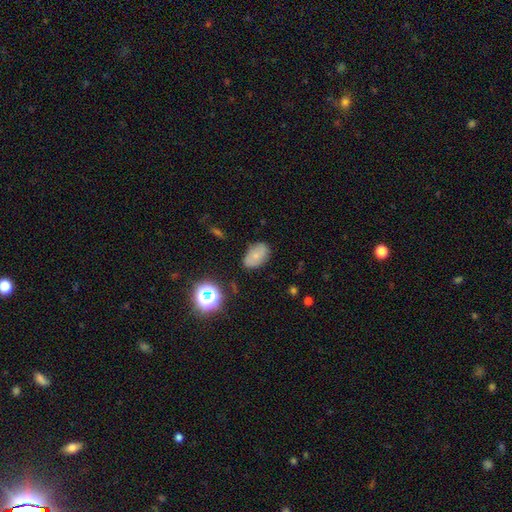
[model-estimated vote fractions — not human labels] Smooth or featured? smooth (68%)
How rounded? in between (87%)
Merging? none (76%)